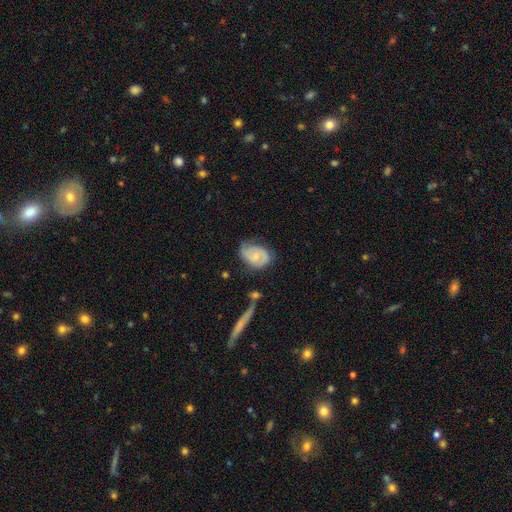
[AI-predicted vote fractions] smooth-or-featured: featured or disk: 60% | smooth: 33% | star or artifact: 7%
  disk-edge-on: no: 96% | yes: 4%
    bar: no: 58% | weak: 35% | strong: 7%
    has-spiral-arms: yes: 86% | no: 14%
    bulge-size: small: 49% | moderate: 35% | none: 13% | large: 3% | dominant: 1%
  merging: none: 55% | minor disturbance: 28% | major disturbance: 12% | merger: 5%